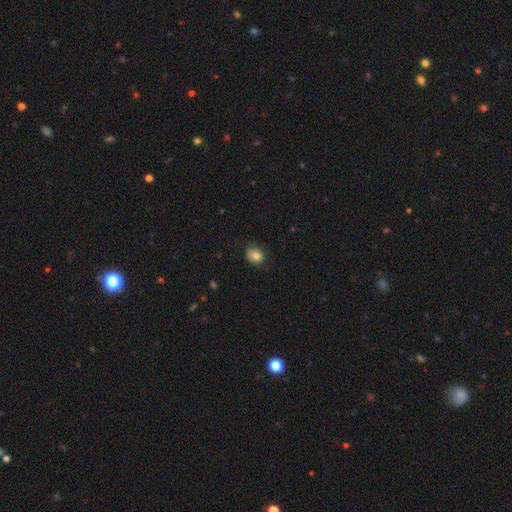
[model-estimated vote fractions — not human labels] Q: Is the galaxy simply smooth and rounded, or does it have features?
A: smooth — 81%.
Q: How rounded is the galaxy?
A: round — 50%.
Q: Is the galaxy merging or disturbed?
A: none — 74%.